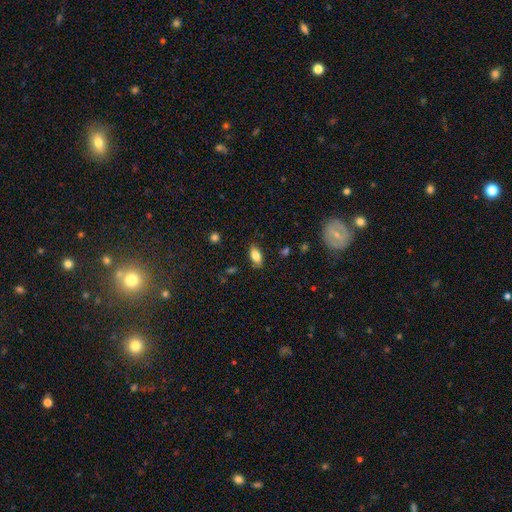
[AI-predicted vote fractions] smooth-or-featured: smooth: 79% | featured or disk: 13% | star or artifact: 8%
  how-rounded: in between: 87% | cigar-shaped: 9% | round: 4%
  merging: none: 83% | minor disturbance: 13% | major disturbance: 3% | merger: 1%